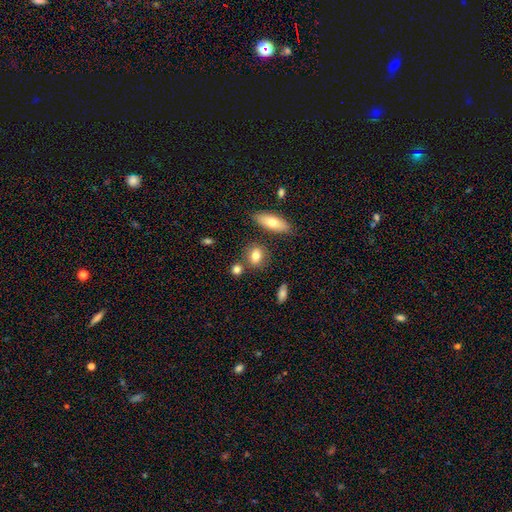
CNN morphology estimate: smooth 78%, featured or disk 12%, star or artifact 10%. Down the decision tree: how rounded — in between (50%); merging — none (72%).